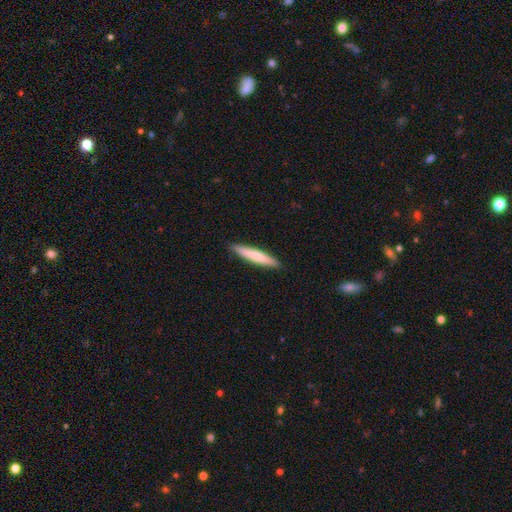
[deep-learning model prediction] This is likely a smooth galaxy (69%). How rounded: clearly cigar-shaped (93%). Merging: clearly none (91%).